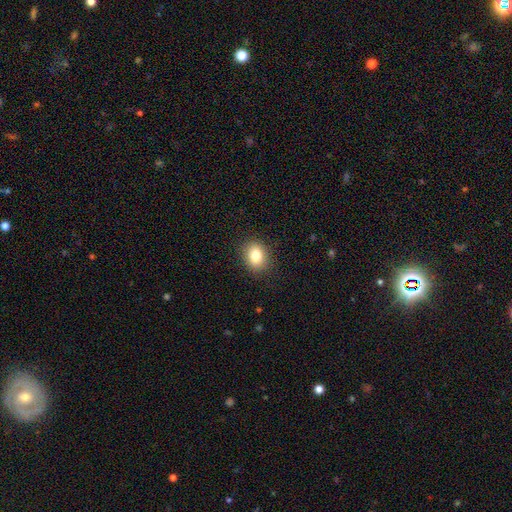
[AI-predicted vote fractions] Overall: smooth (83%). How rounded: in between (51%; round 48%). Merging: none (88%).